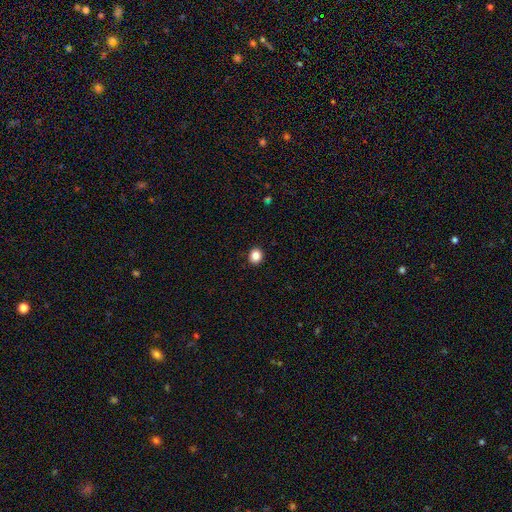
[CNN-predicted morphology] This appears to be a smooth galaxy with no disk features (86%) that is round (77%). Merging: none (91%).